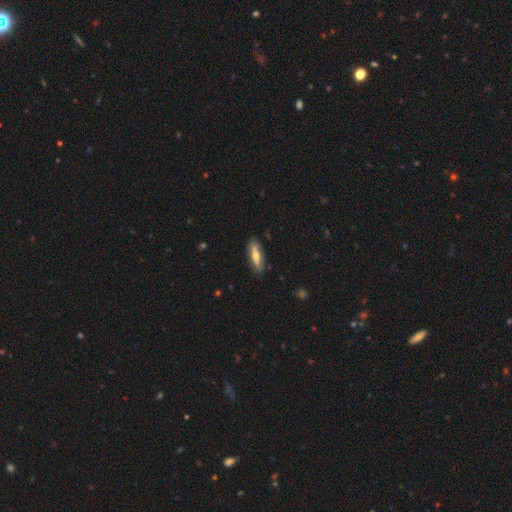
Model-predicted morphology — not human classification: smooth 50%, featured or disk 44%, star or artifact 6%. Down the decision tree: how rounded — cigar-shaped (49%); merging — none (84%).